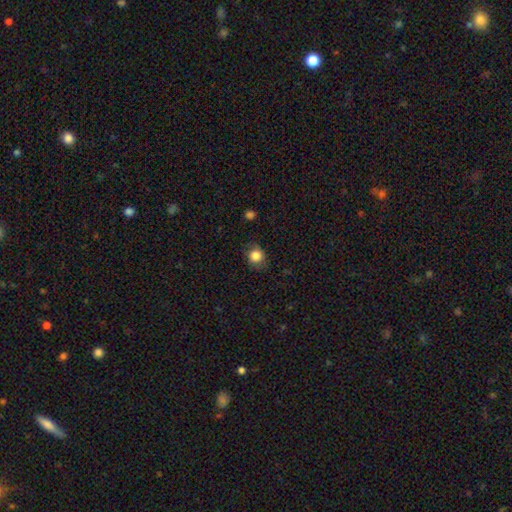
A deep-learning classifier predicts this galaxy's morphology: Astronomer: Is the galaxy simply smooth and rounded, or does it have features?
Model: smooth — 84%.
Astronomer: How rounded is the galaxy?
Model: round — 79%.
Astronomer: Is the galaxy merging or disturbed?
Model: none — 78%.